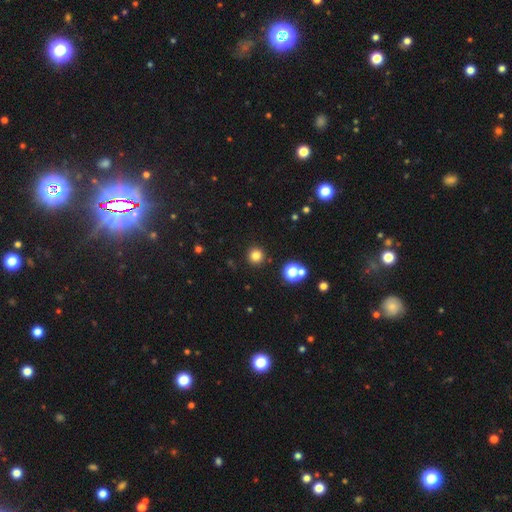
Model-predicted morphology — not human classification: The model was most divided on "smooth or featured": smooth: 80%, star or artifact: 15%, featured or disk: 5%. More confident: how rounded — round (95%); merging — none (89%).